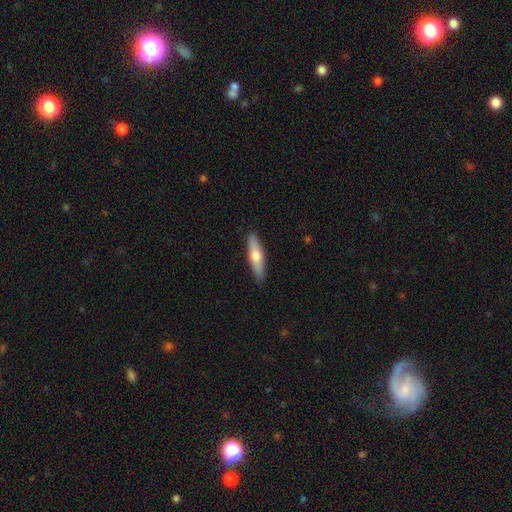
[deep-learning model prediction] Overall: smooth (60%; featured or disk 35%). How rounded: cigar-shaped (68%; in between 30%). Merging: none (89%).